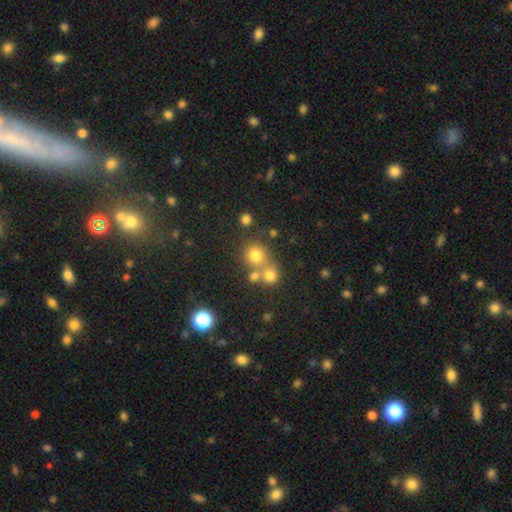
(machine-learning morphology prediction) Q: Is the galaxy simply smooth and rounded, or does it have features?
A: smooth — 71%.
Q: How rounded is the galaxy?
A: round — 87%.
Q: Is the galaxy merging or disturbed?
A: none — 51%.